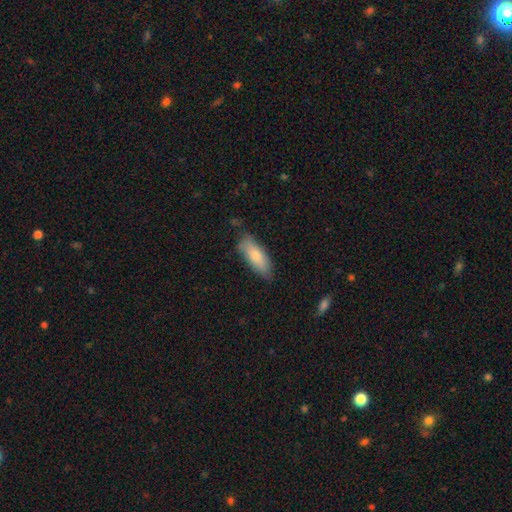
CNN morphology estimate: Smooth or featured? Predicted: smooth (p=0.78). How rounded? Predicted: in between (p=0.68). Merging? Predicted: none (p=0.73).